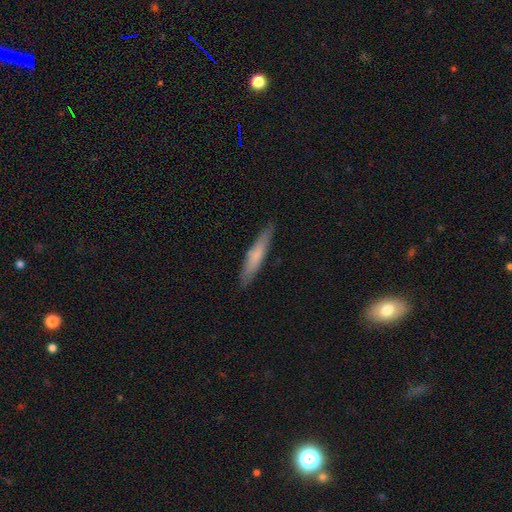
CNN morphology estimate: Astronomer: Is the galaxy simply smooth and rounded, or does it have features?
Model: smooth — 68%.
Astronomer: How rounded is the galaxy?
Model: cigar-shaped — 90%.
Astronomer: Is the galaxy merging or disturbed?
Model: none — 86%.